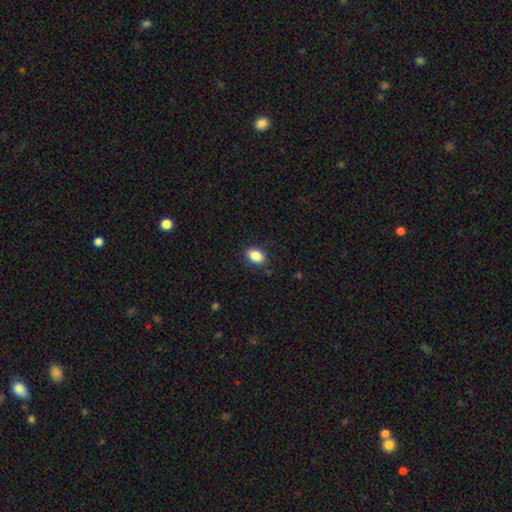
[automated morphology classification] smooth 86%, star or artifact 9%, featured or disk 6%. Down the decision tree: how rounded — in between (82%); merging — none (87%).